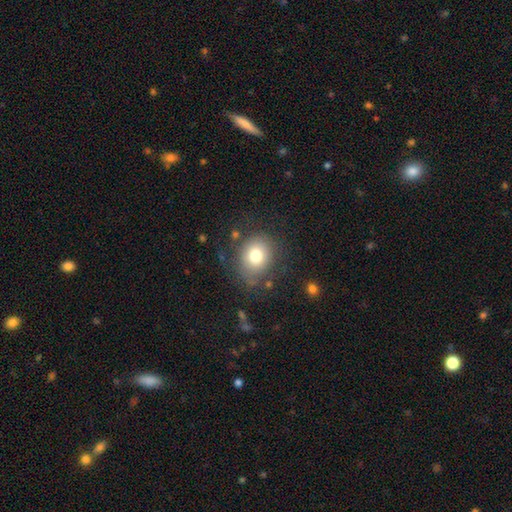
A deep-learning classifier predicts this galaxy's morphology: A smooth galaxy with no disk features (76%) that is round (71%).

Vote fractions:
- Smooth or featured? smooth: 76% / featured or disk: 13% / star or artifact: 11%
- How rounded? round: 71% / in between: 28% / cigar-shaped: 1%
- Merging? none: 74% / minor disturbance: 16% / major disturbance: 7% / merger: 3%